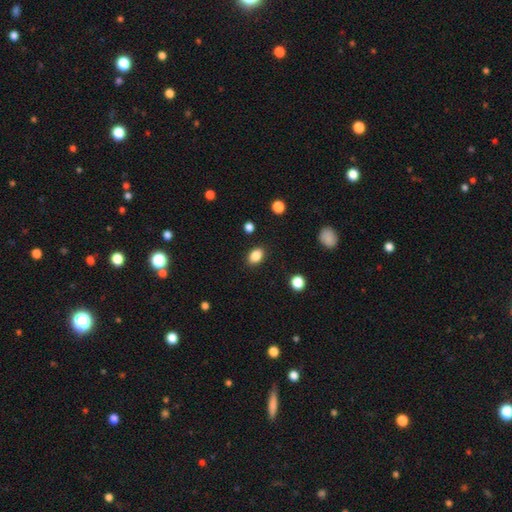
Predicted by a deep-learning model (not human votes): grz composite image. It shows a smooth galaxy with no disk features (86%) that is in between round and cigar-shaped (79%). Merging: none (88%).